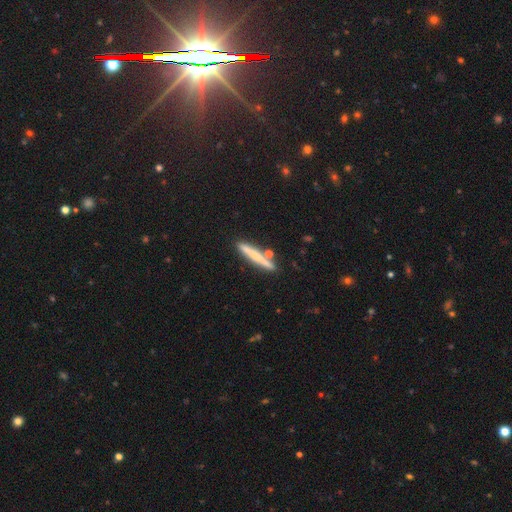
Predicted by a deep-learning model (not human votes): smooth-or-featured: smooth: 60% | featured or disk: 33% | star or artifact: 7%
  how-rounded: cigar-shaped: 95% | in between: 4% | round: 2%
  merging: none: 82% | minor disturbance: 9% | merger: 6% | major disturbance: 2%